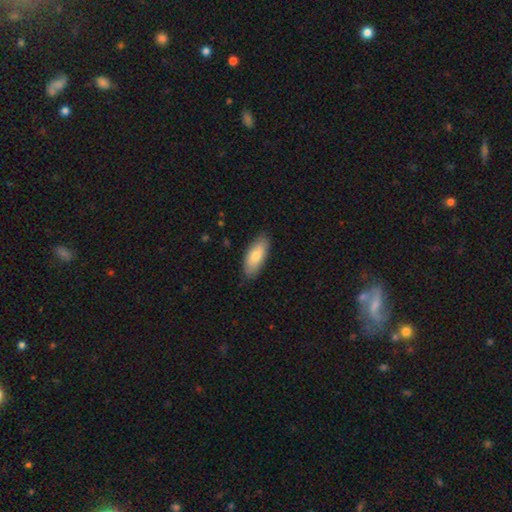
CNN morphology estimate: Smooth or featured?
  - smooth: 80% *
  - featured or disk: 15%
  - star or artifact: 5%
How rounded?
  - in between: 81% *
  - cigar-shaped: 17%
  - round: 2%
Merging?
  - none: 85% *
  - minor disturbance: 12%
  - major disturbance: 2%
  - merger: 1%